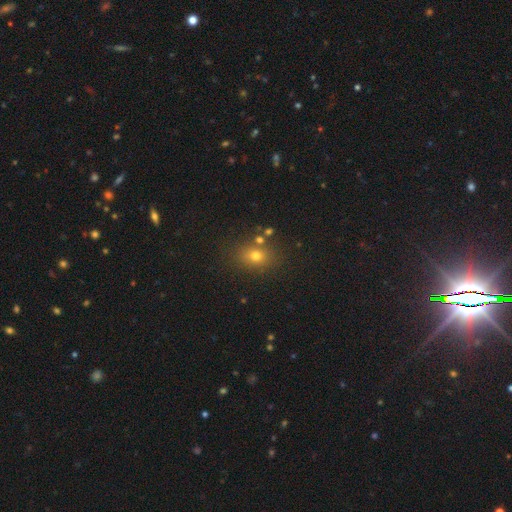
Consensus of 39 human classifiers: Smooth or featured? smooth (77%)
How rounded? round (53%)
Merging? none (83%)